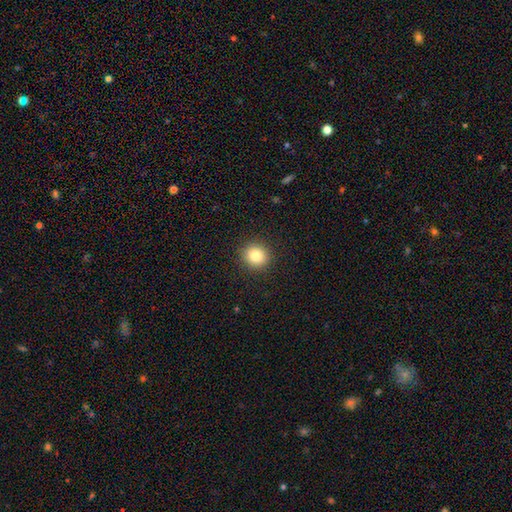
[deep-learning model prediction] Morphology: type=smooth (82%); roundness=round (90%); merging=none (92%).